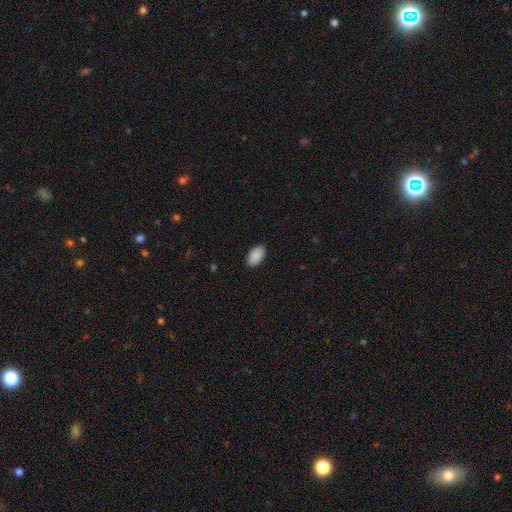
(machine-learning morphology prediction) This appears to be a smooth galaxy with no disk features (91%) that is in between round and cigar-shaped (95%). Merging: none (89%).